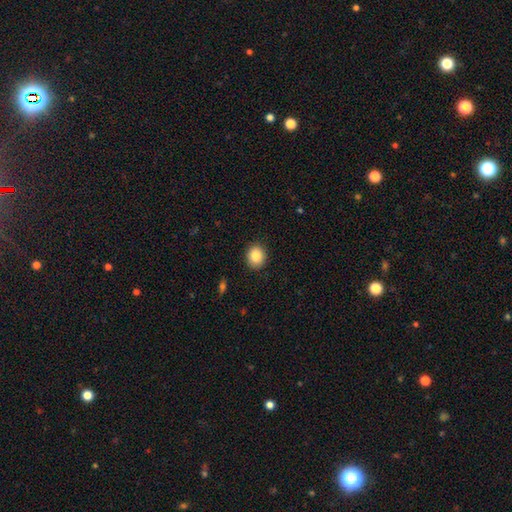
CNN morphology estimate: A smooth galaxy with no disk features (86%) that is round (71%). Merging: none (90%).